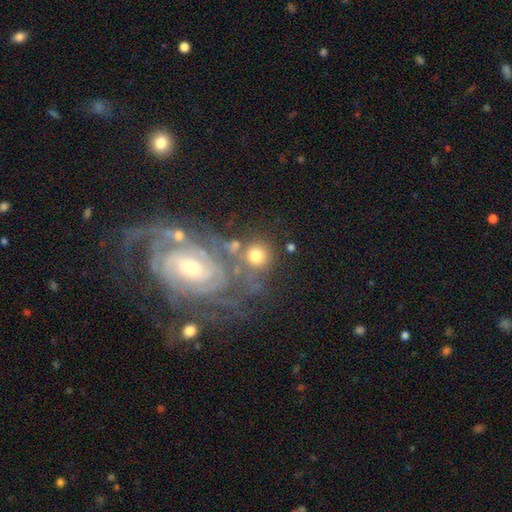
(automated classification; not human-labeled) Smooth or featured: smooth — 56% (featured or disk — 33%)
How rounded: round — 83% (in between — 16%)
Merging: none — 52% (merger — 24%)